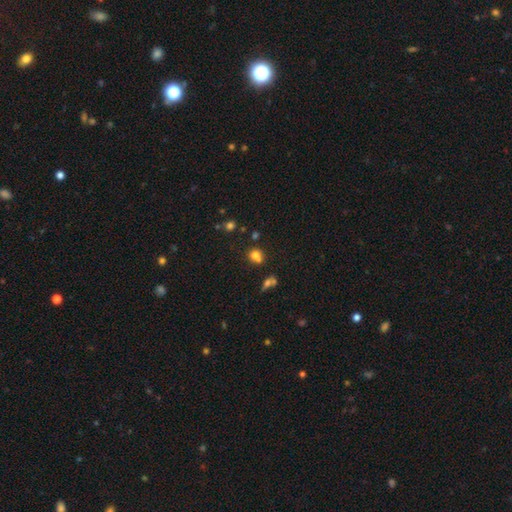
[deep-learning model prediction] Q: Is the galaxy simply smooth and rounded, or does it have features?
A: smooth — 73%.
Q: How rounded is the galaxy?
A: round — 67%.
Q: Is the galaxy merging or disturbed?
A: none — 49%.